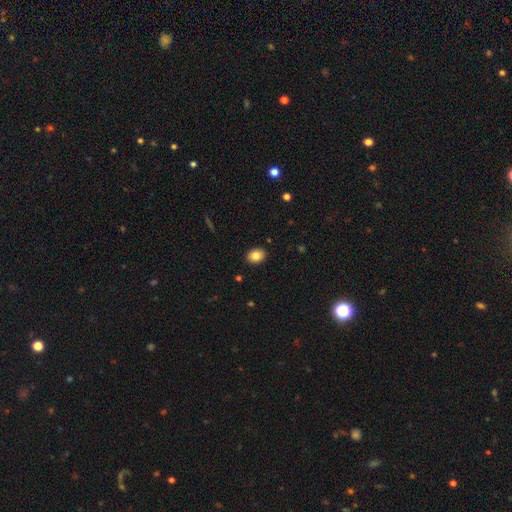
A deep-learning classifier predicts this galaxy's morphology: smooth-or-featured: smooth: 84% | star or artifact: 9% | featured or disk: 7%
  how-rounded: in between: 60% | round: 39% | cigar-shaped: 1%
  merging: none: 90% | minor disturbance: 7% | major disturbance: 2% | merger: 1%